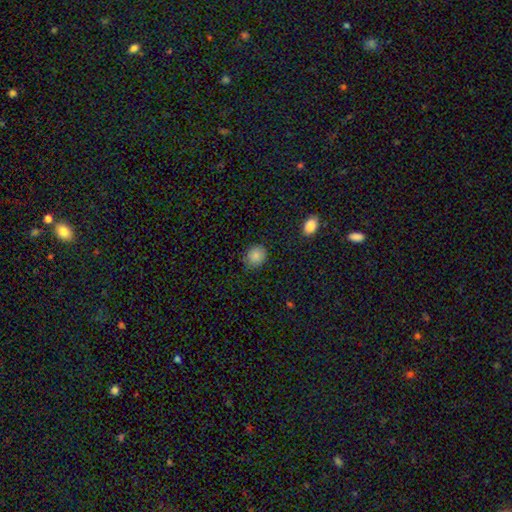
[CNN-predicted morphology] type=smooth (86%); roundness=round (69%); merging=none (82%).